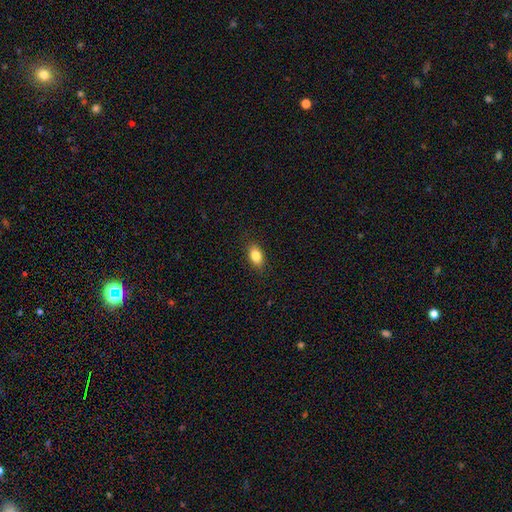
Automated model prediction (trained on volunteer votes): Smooth or featured?
  - smooth: 85% *
  - star or artifact: 8%
  - featured or disk: 7%
How rounded?
  - in between: 88% *
  - round: 8%
  - cigar-shaped: 4%
Merging?
  - none: 88% *
  - minor disturbance: 9%
  - major disturbance: 2%
  - merger: 1%